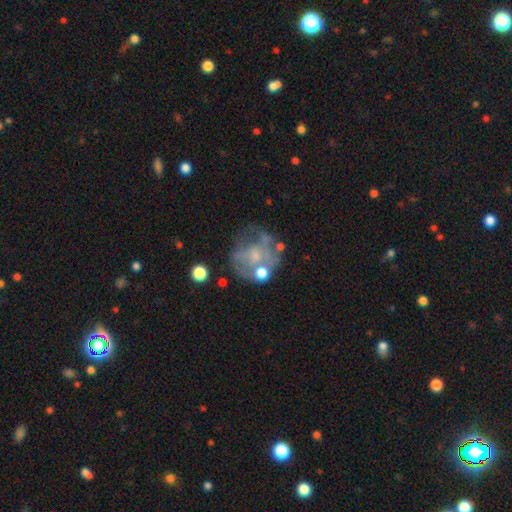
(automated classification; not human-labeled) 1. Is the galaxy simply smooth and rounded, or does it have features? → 54% featured or disk, 32% smooth, 14% star or artifact.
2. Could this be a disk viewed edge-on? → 98% no, 2% yes.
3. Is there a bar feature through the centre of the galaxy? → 82% no, 14% weak, 3% strong.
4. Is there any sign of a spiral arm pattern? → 73% no, 27% yes.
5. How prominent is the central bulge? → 38% small, 31% none, 27% moderate, 3% large, 1% dominant.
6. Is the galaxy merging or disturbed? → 44% none, 25% major disturbance, 21% minor disturbance, 11% merger.